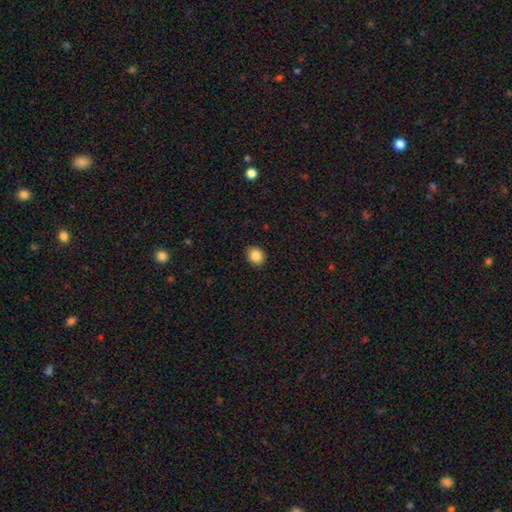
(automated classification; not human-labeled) Smooth or featured? Predicted: smooth (p=0.87). How rounded? Predicted: round (p=0.55). Merging? Predicted: none (p=0.90).